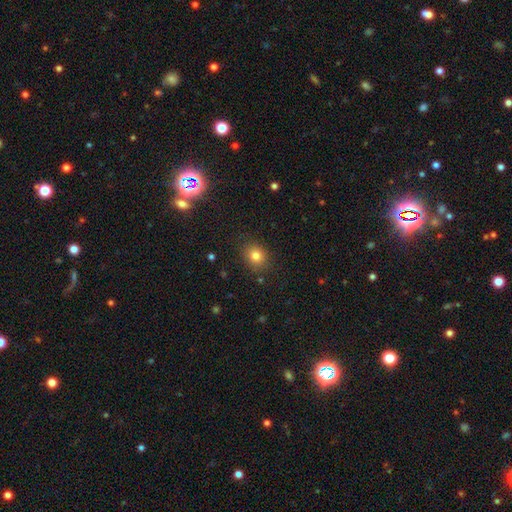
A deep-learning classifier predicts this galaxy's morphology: A smooth galaxy with no disk features (80%) that is round (65%). Merging: none (85%).